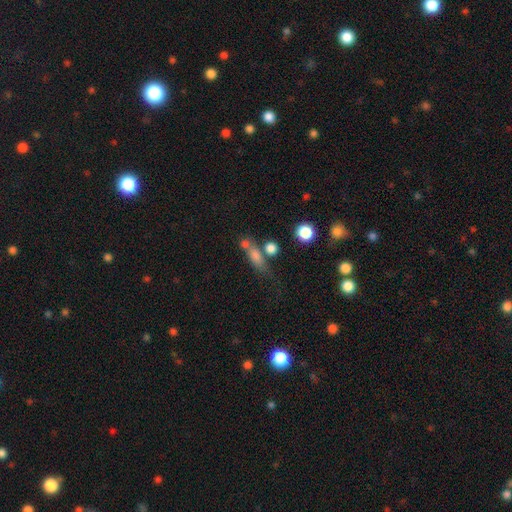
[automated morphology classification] This appears to be a smooth galaxy with no disk features (72%) that is in between round and cigar-shaped (52%). Merging: none (44%).